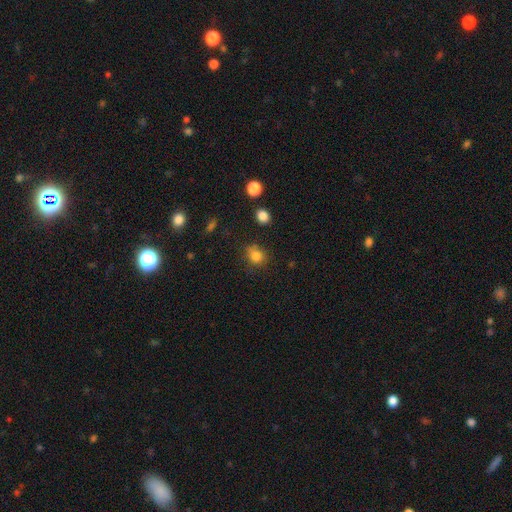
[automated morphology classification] Smooth or featured?
  - smooth: 82% *
  - star or artifact: 12%
  - featured or disk: 6%
How rounded?
  - round: 71% *
  - in between: 28%
  - cigar-shaped: 1%
Merging?
  - none: 70% *
  - minor disturbance: 20%
  - major disturbance: 6%
  - merger: 5%